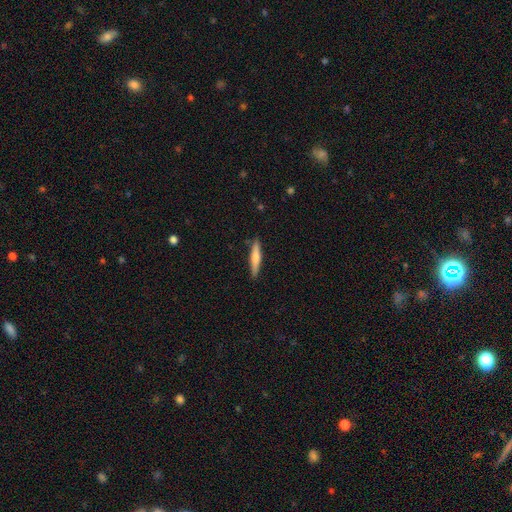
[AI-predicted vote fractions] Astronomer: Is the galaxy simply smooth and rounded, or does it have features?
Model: smooth — 59% (runner-up: featured or disk, 35%).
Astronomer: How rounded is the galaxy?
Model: cigar-shaped — 90%.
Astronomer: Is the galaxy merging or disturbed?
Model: none — 88%.